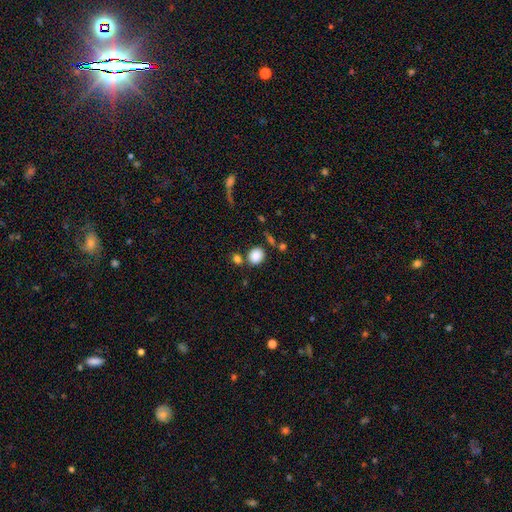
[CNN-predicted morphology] smooth 87%, star or artifact 9%, featured or disk 4%. Down the decision tree: how rounded — round (74%); merging — none (75%).